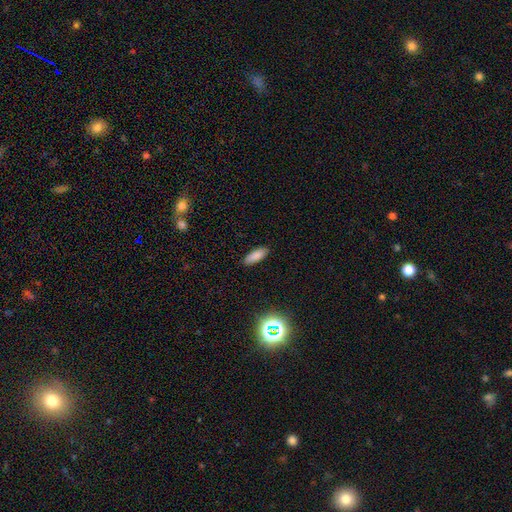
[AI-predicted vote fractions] smooth-or-featured: smooth: 83% | star or artifact: 11% | featured or disk: 6%
  how-rounded: in between: 68% | cigar-shaped: 30% | round: 2%
  merging: none: 88% | minor disturbance: 9% | major disturbance: 2% | merger: 1%